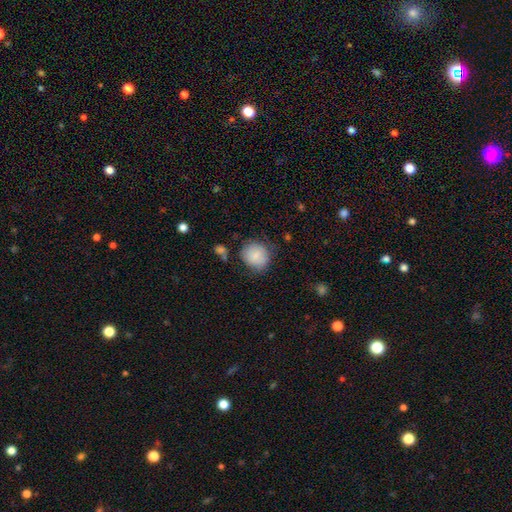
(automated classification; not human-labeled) Smooth or featured? smooth (83%)
How rounded? round (81%)
Merging? none (70%)